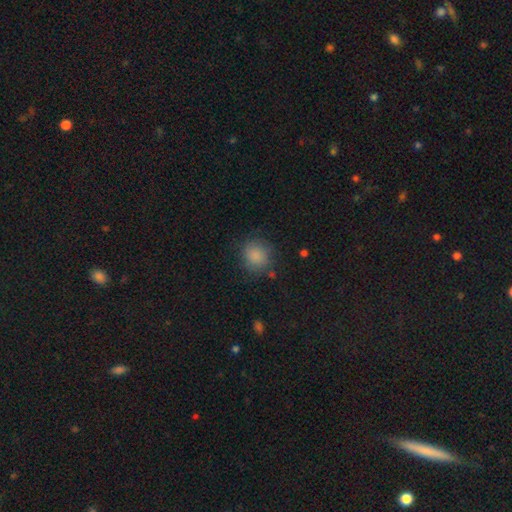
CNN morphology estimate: Smooth or featured: smooth — 85% (star or artifact — 9%)
How rounded: round — 81% (in between — 18%)
Merging: none — 78% (minor disturbance — 15%)